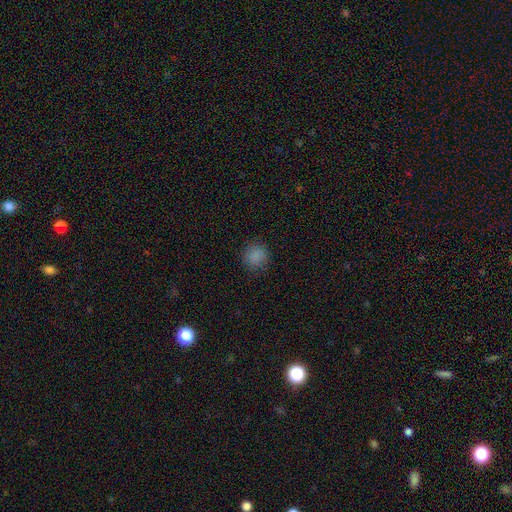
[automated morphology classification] Q: Smooth or featured?
A: smooth (84%); runner-up: star or artifact (12%)
Q: How rounded?
A: round (89%); runner-up: in between (10%)
Q: Merging?
A: none (86%); runner-up: minor disturbance (10%)